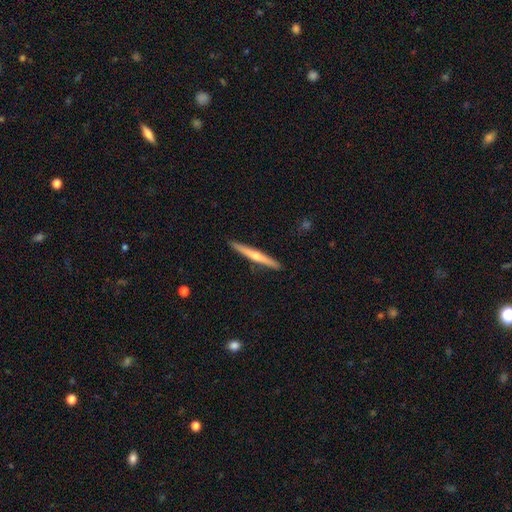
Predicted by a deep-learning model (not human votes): This is possibly a featured or disk galaxy (59%). It is clearly viewed edge-on (97%). Edge-on bulge: likely rounded (76%). Merging: clearly none (91%).